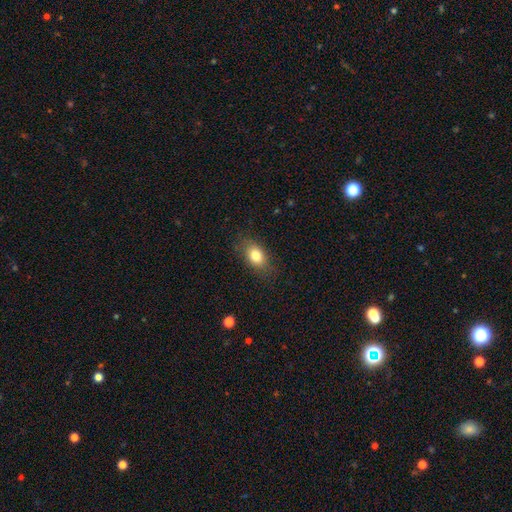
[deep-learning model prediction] smooth-or-featured: smooth: 81% | featured or disk: 11% | star or artifact: 9%
  how-rounded: in between: 82% | round: 16% | cigar-shaped: 3%
  merging: none: 81% | minor disturbance: 14% | major disturbance: 4% | merger: 1%